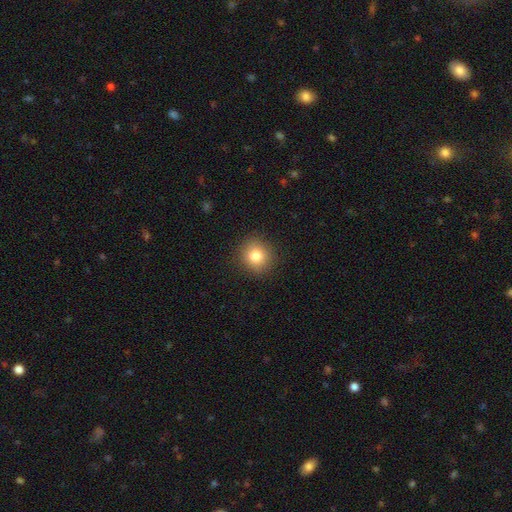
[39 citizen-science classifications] Smooth or featured? smooth (79%)
How rounded? round (94%)
Merging? none (91%)